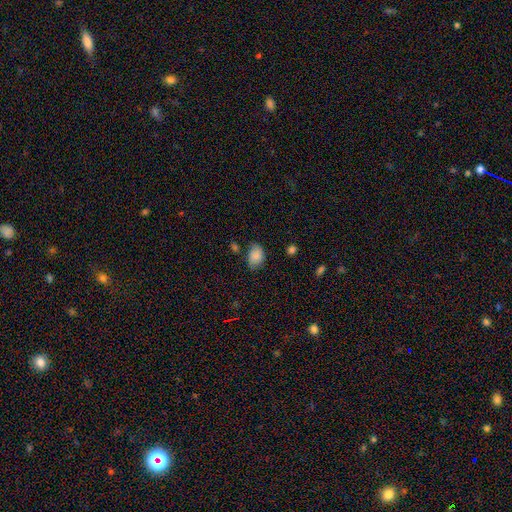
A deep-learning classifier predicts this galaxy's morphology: This is clearly a smooth galaxy (84%). How rounded: likely in between (79%). Merging: likely none (61%).